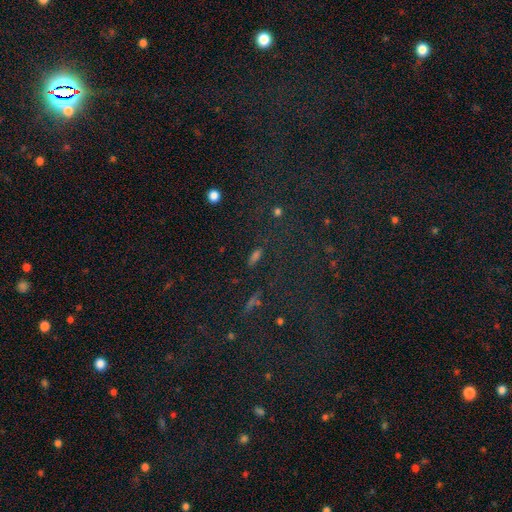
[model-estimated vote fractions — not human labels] Q: Smooth or featured?
A: star or artifact (71%); runner-up: smooth (18%)